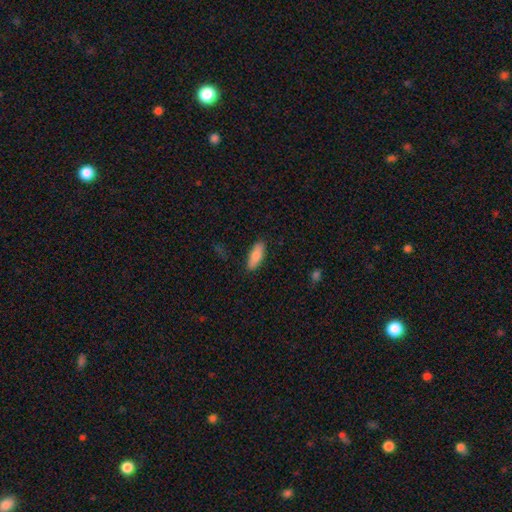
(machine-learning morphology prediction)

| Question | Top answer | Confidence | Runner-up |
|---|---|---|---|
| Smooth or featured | smooth | 82% | featured or disk (12%) |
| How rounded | in between | 70% | cigar-shaped (28%) |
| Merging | none | 86% | minor disturbance (10%) |